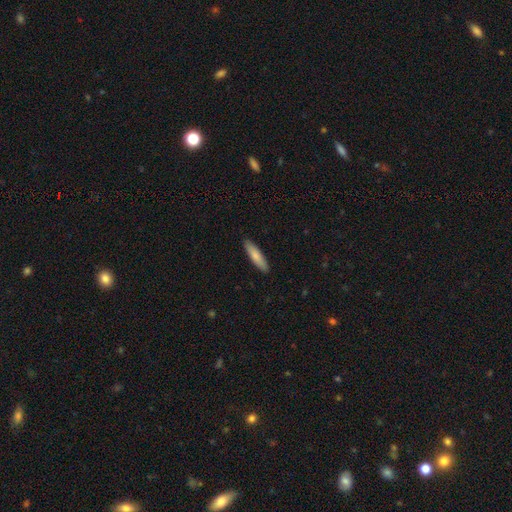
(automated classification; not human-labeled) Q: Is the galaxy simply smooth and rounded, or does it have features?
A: smooth — 79%.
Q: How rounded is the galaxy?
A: cigar-shaped — 75%.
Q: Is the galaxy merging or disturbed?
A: none — 90%.